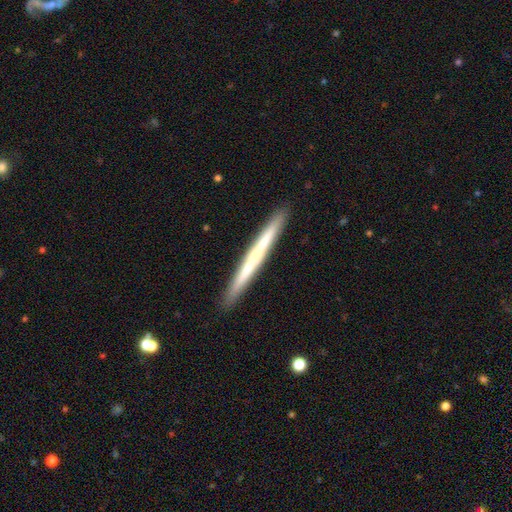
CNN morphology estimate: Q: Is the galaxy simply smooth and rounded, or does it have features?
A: featured or disk — 47%, tied with smooth.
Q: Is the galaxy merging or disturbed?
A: none — 91%.